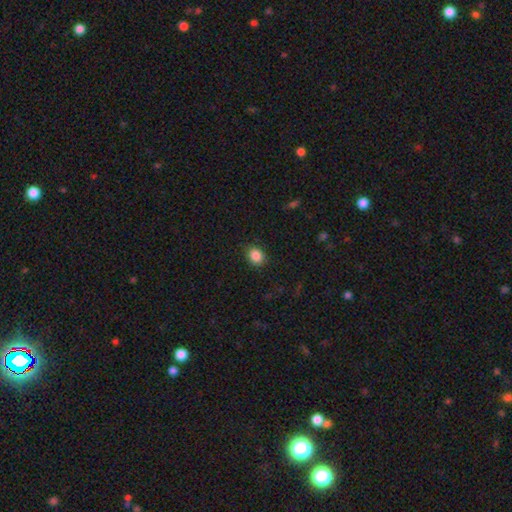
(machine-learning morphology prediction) Smooth or featured? smooth (87%)
How rounded? round (53%)
Merging? none (88%)